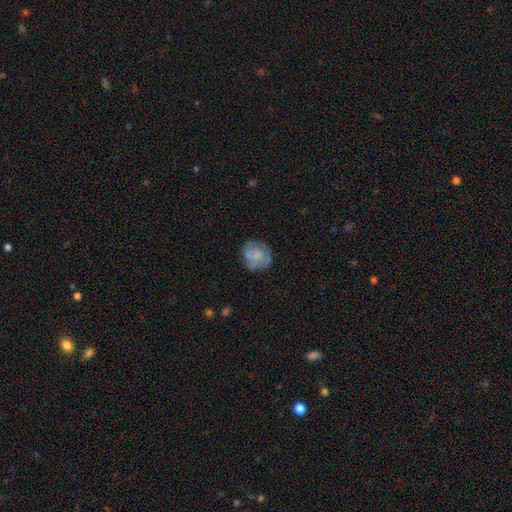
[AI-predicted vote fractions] This appears to be a smooth galaxy with no disk features (55%) that is round (79%). Merging: none (63%).